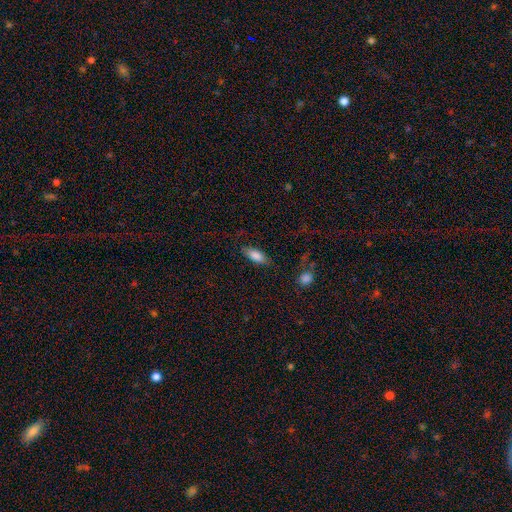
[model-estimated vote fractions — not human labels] Overall: smooth (83%). How rounded: in between (79%). Merging: none (79%).